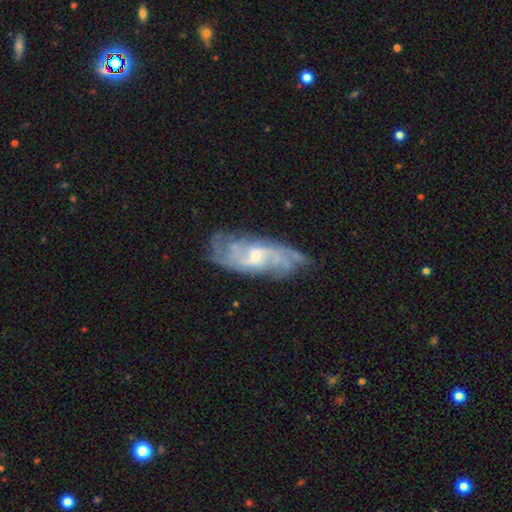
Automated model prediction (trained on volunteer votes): Morphology: type=featured or disk (82%); edge-on=no (90%); bar=weak (50%); spiral arms=yes (91%); winding=medium (43%); arm count=can't tell (41%); bulge=small (49%); merging=none (68%).